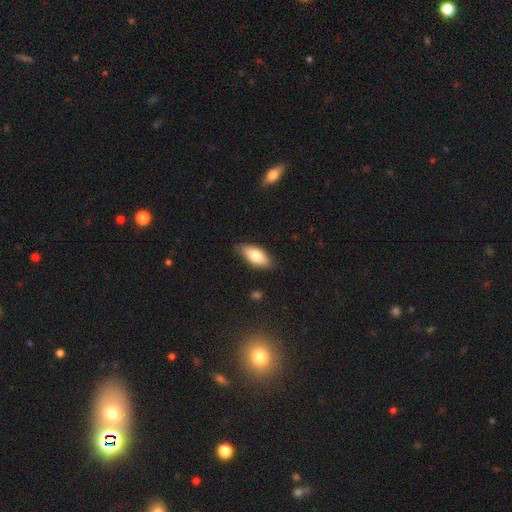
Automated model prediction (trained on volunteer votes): Overall: smooth (75%). How rounded: in between (85%). Merging: none (84%).